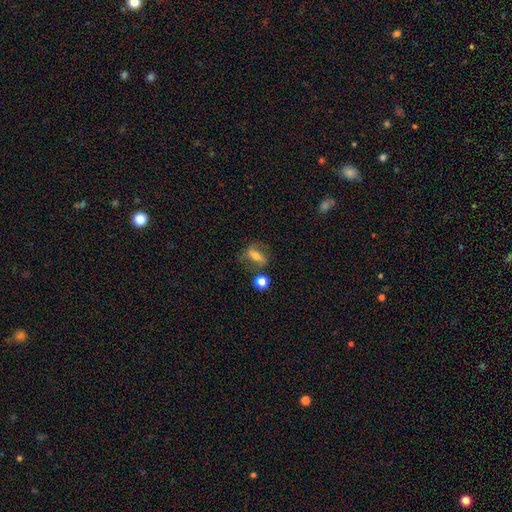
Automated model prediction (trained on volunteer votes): This appears to be a featured or disk galaxy (46%). Merging: none (57%).